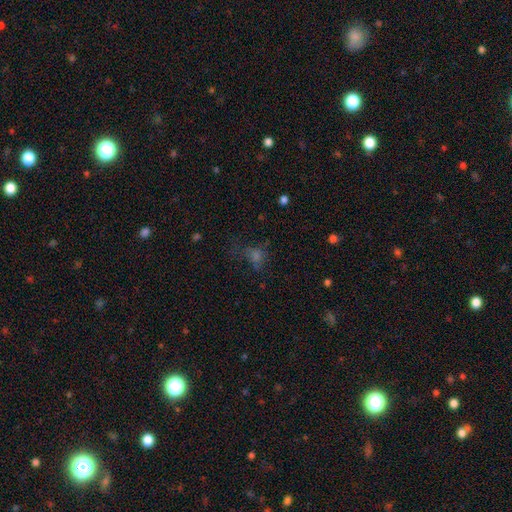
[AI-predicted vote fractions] Smooth or featured? smooth (48%)
Merging? none (47%)